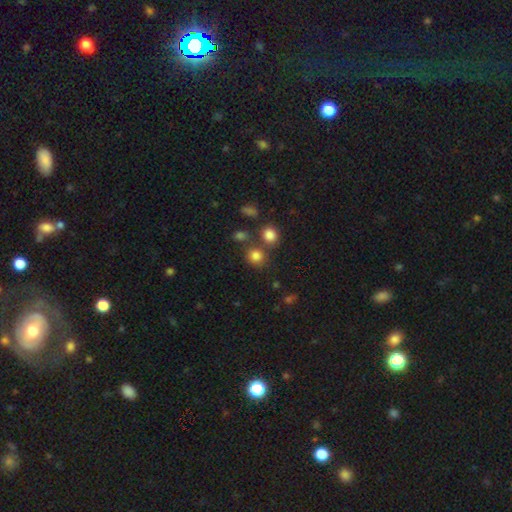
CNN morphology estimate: Smooth or featured? smooth (81%)
How rounded? round (84%)
Merging? none (66%)